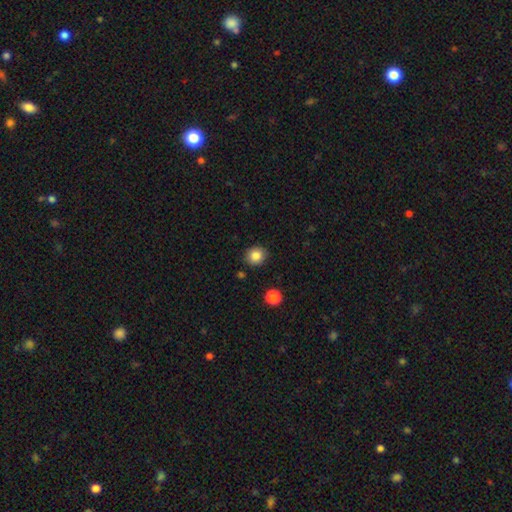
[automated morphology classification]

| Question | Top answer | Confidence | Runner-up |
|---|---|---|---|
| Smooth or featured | smooth | 84% | star or artifact (10%) |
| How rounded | round | 84% | in between (15%) |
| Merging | none | 88% | minor disturbance (8%) |